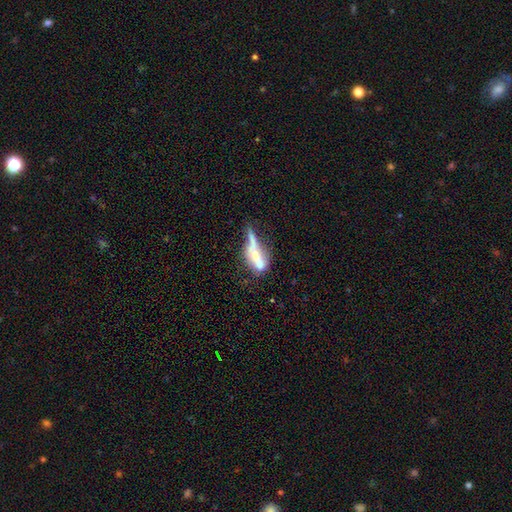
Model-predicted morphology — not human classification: A featured or disk galaxy (56%).

Vote fractions:
- Smooth or featured? featured or disk: 56% / smooth: 35% / star or artifact: 10%
- Edge-on disk? no: 58% / yes: 42%
- Merging? merger: 31% / major disturbance: 27% / none: 24% / minor disturbance: 19%